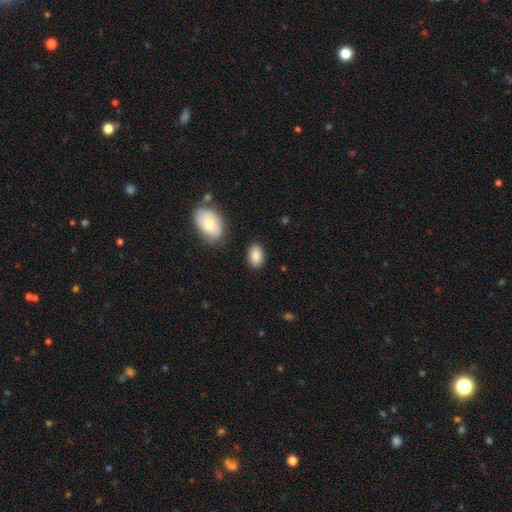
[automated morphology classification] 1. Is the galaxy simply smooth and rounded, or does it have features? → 85% smooth, 8% featured or disk, 7% star or artifact.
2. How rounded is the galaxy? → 88% in between, 11% round, 1% cigar-shaped.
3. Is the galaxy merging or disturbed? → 85% none, 10% minor disturbance, 3% merger, 3% major disturbance.